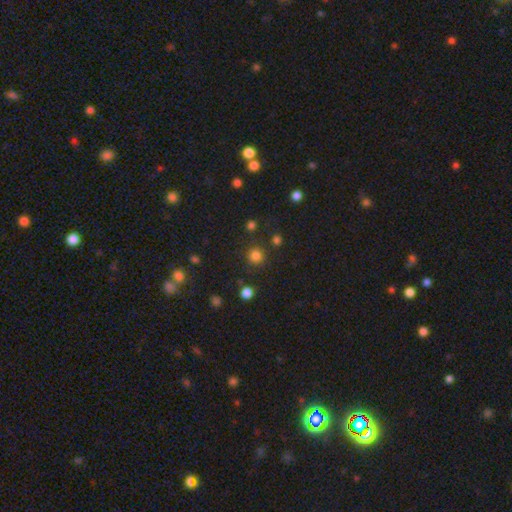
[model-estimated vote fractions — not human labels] Smooth or featured? Predicted: smooth (p=0.79). How rounded? Predicted: round (p=0.93). Merging? Predicted: none (p=0.84).